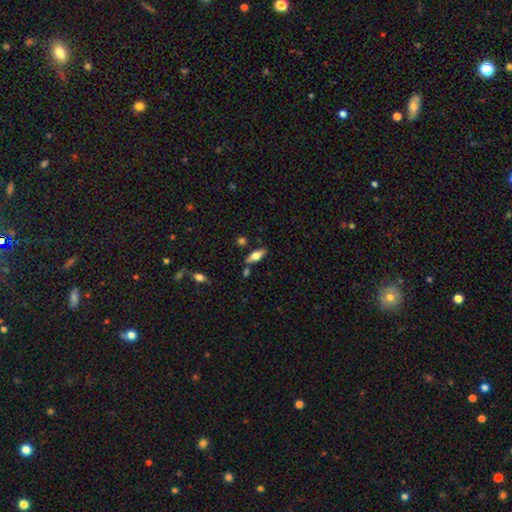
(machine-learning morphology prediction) Overall: smooth (56%; featured or disk 37%). How rounded: in between (71%). Merging: none (78%).